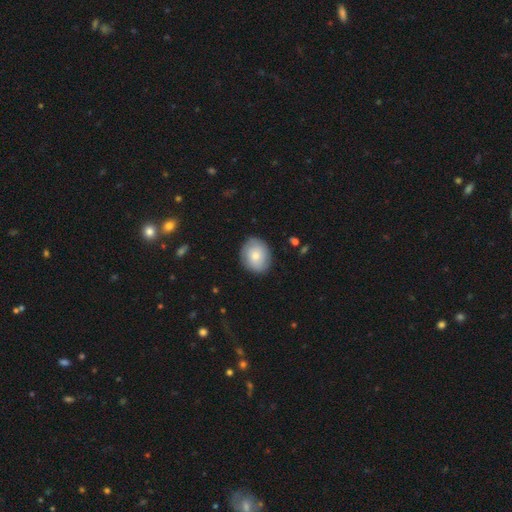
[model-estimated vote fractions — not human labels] The model was most divided on "how rounded": round: 56%, in between: 43%, cigar-shaped: 1%. More confident: merging — none (83%); smooth or featured — smooth (72%).